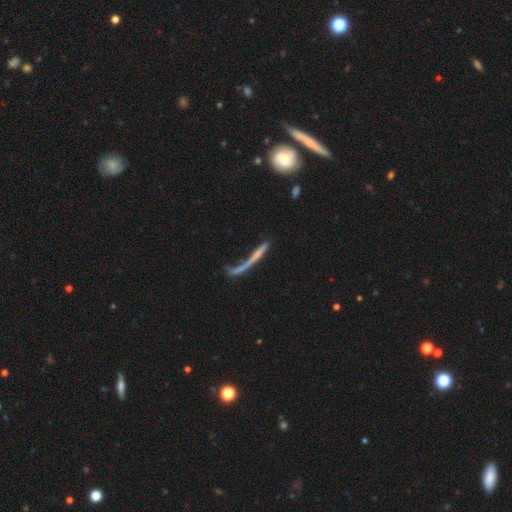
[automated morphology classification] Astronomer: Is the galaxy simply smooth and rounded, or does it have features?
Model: featured or disk — 46% (runner-up: smooth, 44%).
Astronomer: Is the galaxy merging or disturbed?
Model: none — 36% (runner-up: major disturbance, 32%).